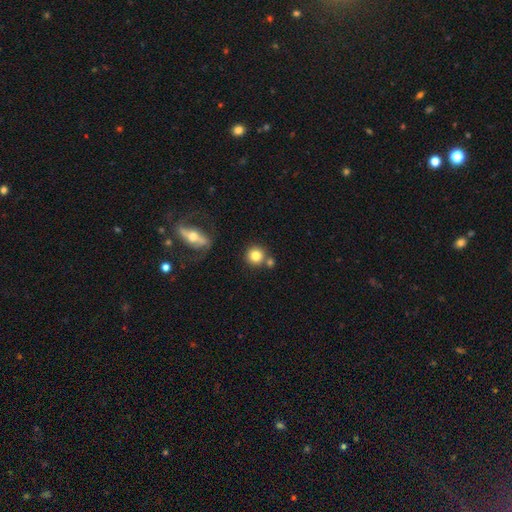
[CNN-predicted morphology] Smooth or featured? Predicted: smooth (p=0.79). How rounded? Predicted: round (p=0.93). Merging? Predicted: none (p=0.71).